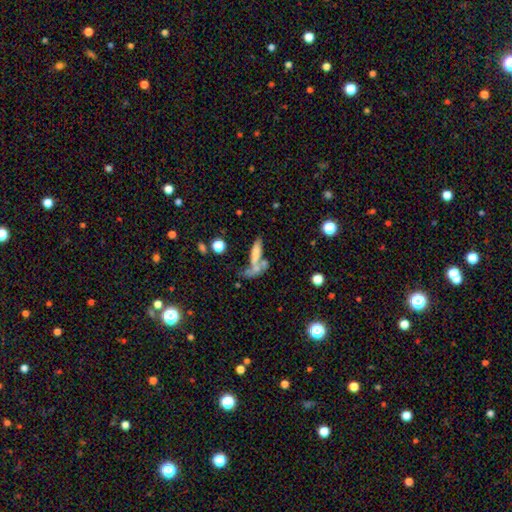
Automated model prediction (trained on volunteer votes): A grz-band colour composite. It shows a smooth galaxy with no disk features (62%) that is cigar-shaped (61%). Merging: merger (45%).